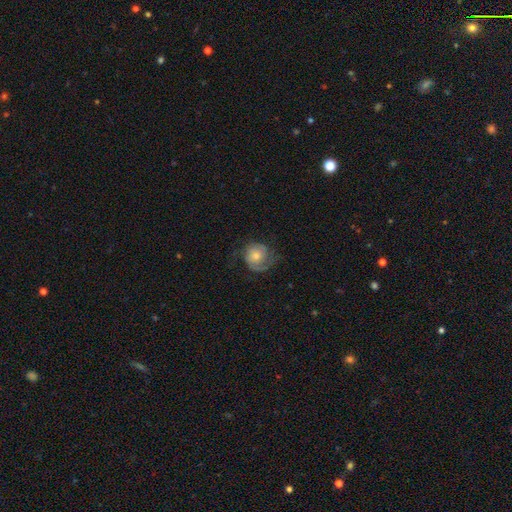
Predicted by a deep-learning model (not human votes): Smooth or featured: featured or disk — 59% (smooth — 33%)
Edge-on disk: no — 97% (yes — 3%)
Bar: no — 77% (weak — 20%)
Spiral arms: yes — 87% (no — 13%)
Bulge size: moderate — 52% (small — 36%)
Merging: none — 59% (minor disturbance — 22%)